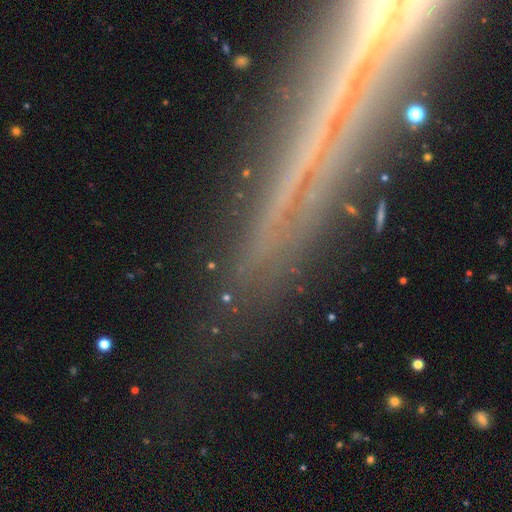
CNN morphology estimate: Overall: featured or disk (55%; star or artifact 28%). Edge-on disk: yes (80%). Merging: none (83%).